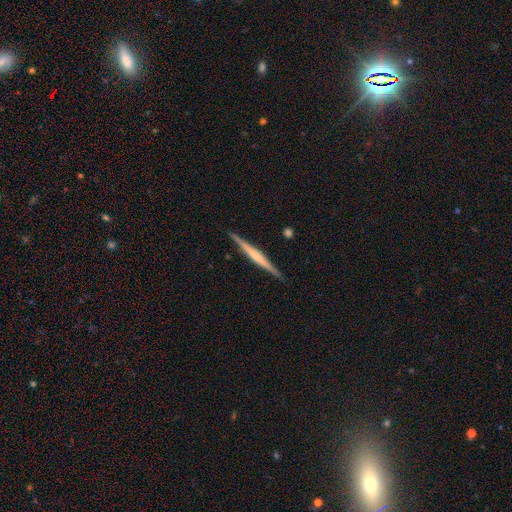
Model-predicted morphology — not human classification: Q: Smooth or featured?
A: featured or disk (66%); runner-up: smooth (29%)
Q: Edge-on disk?
A: yes (98%); runner-up: no (2%)
Q: Edge-on bulge?
A: none (48%); runner-up: rounded (28%)
Q: Merging?
A: none (91%); runner-up: minor disturbance (7%)